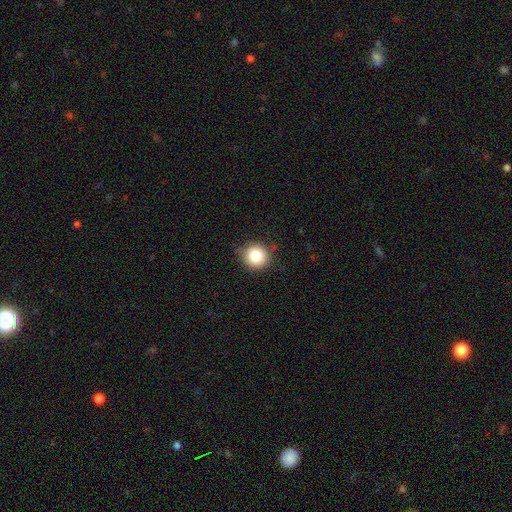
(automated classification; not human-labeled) The model was most divided on "smooth or featured": smooth: 82%, star or artifact: 10%, featured or disk: 8%. More confident: how rounded — round (93%); merging — none (85%).